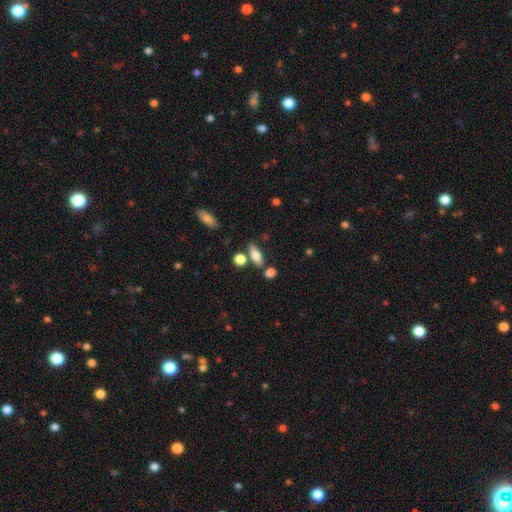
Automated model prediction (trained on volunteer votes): smooth_or_featured: smooth (p=0.68) [alt: featured or disk p=0.24]
how_rounded: in between (p=0.63) [alt: cigar-shaped p=0.31]
merging: none (p=0.70) [alt: minor disturbance p=0.13]